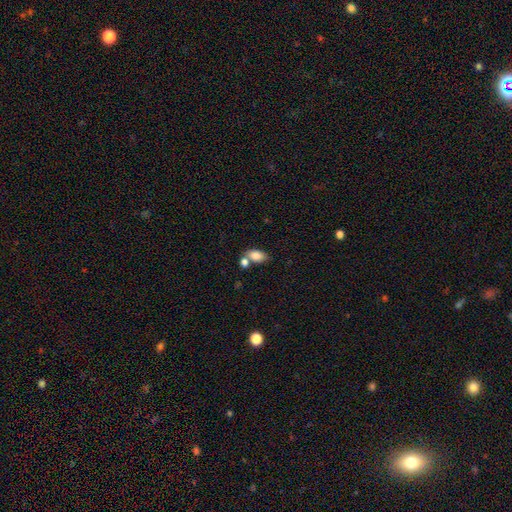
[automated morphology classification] Smooth or featured? smooth (83%)
How rounded? in between (89%)
Merging? none (50%)